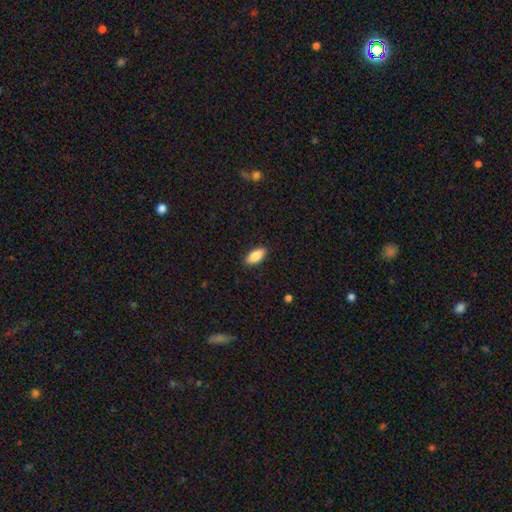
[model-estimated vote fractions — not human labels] Smooth or featured?
  - smooth: 85% *
  - featured or disk: 9%
  - star or artifact: 7%
How rounded?
  - in between: 86% *
  - cigar-shaped: 11%
  - round: 2%
Merging?
  - none: 89% *
  - minor disturbance: 8%
  - major disturbance: 2%
  - merger: 1%